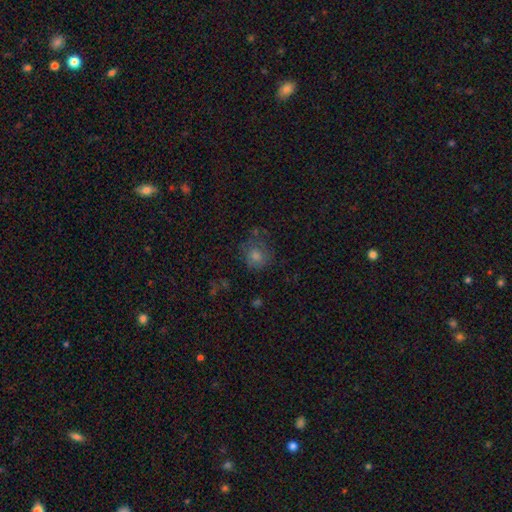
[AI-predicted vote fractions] Q: Smooth or featured?
A: smooth (66%); runner-up: star or artifact (18%)
Q: How rounded?
A: round (82%); runner-up: in between (17%)
Q: Merging?
A: none (66%); runner-up: minor disturbance (20%)